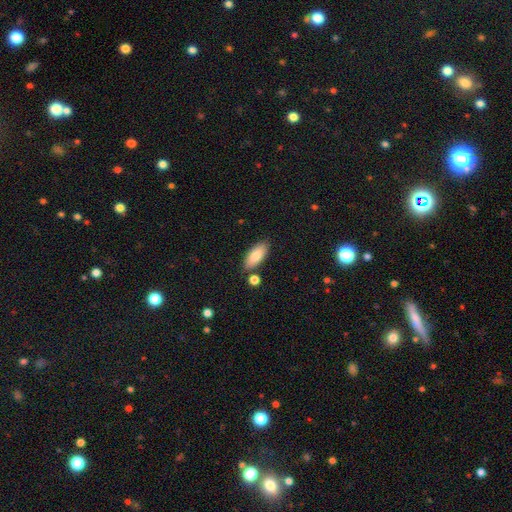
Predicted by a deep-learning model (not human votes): Overall: smooth (82%). How rounded: in between (84%). Merging: none (80%).